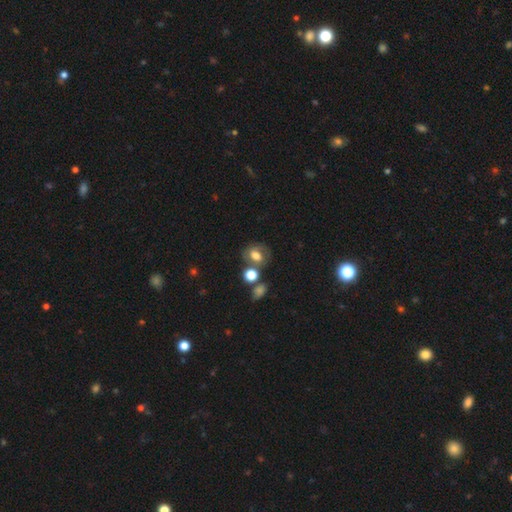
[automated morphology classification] smooth_or_featured: smooth (p=0.59) [alt: featured or disk p=0.30]
how_rounded: in between (p=0.52) [alt: round p=0.46]
merging: none (p=0.55) [alt: merger p=0.20]